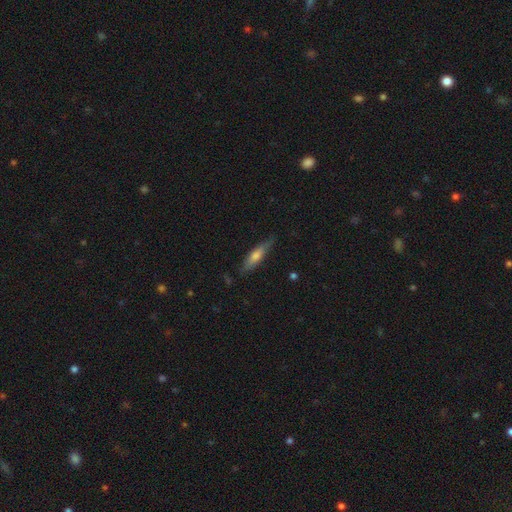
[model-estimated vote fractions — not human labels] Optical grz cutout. It shows a smooth galaxy with no disk features (51%) that is cigar-shaped (78%). Merging: none (81%).